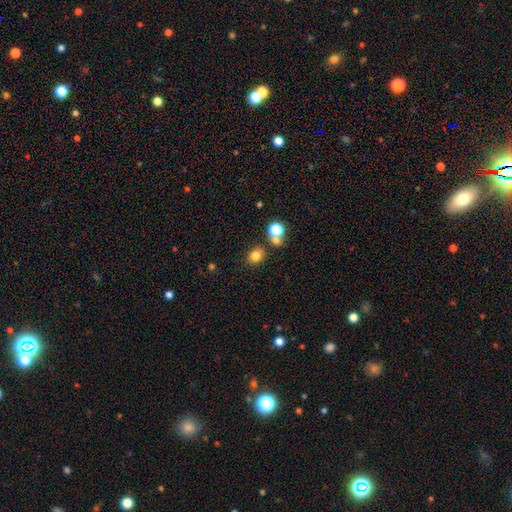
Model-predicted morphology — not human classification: The model was most divided on "how rounded": round: 60%, in between: 39%, cigar-shaped: 1%. More confident: smooth or featured — smooth (79%); merging — none (75%).